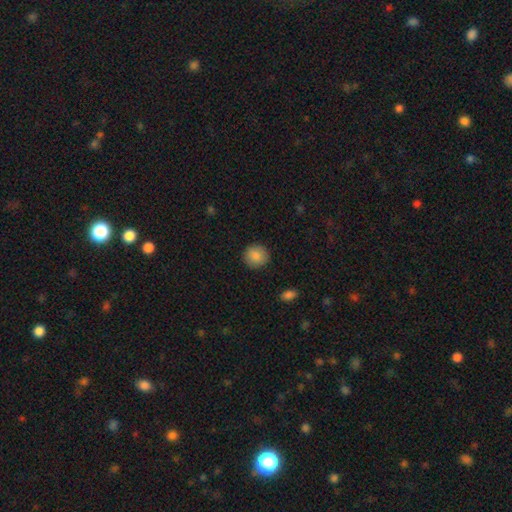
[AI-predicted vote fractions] The model was most divided on "smooth or featured": smooth: 88%, star or artifact: 8%, featured or disk: 4%. More confident: merging — none (90%); how rounded — round (90%).